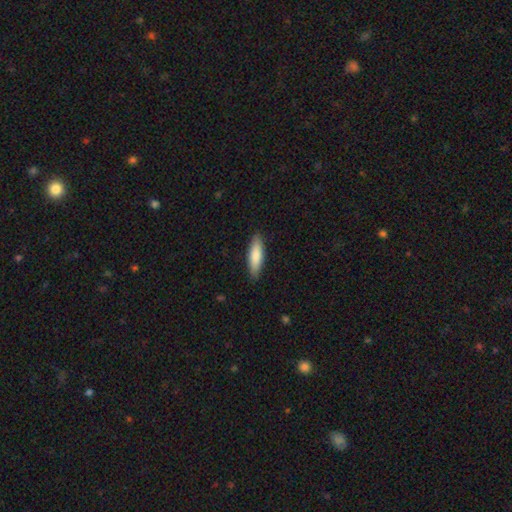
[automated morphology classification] Smooth or featured? Predicted: smooth (p=0.83). How rounded? Predicted: cigar-shaped (p=0.58). Merging? Predicted: none (p=0.88).